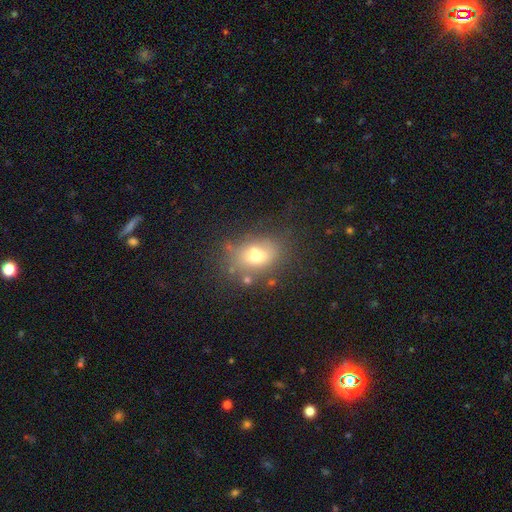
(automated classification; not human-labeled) smooth-or-featured: smooth: 68% | featured or disk: 18% | star or artifact: 14%
  how-rounded: in between: 68% | round: 30% | cigar-shaped: 2%
  merging: none: 62% | minor disturbance: 20% | merger: 10% | major disturbance: 8%